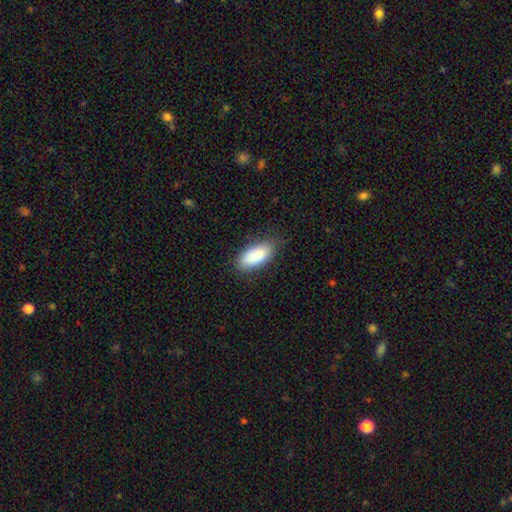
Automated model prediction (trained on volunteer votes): Smooth or featured?
  - smooth: 89% *
  - star or artifact: 6%
  - featured or disk: 5%
How rounded?
  - in between: 87% *
  - cigar-shaped: 11%
  - round: 2%
Merging?
  - none: 81% *
  - minor disturbance: 15%
  - major disturbance: 3%
  - merger: 1%